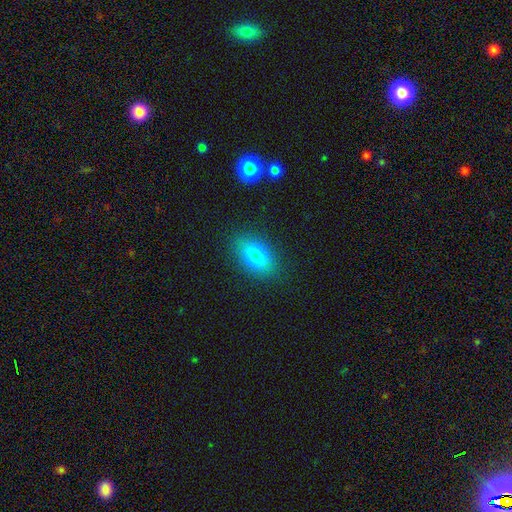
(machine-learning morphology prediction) A smooth galaxy with no disk features (74%) that is in between round and cigar-shaped (85%). Merging: none (87%).